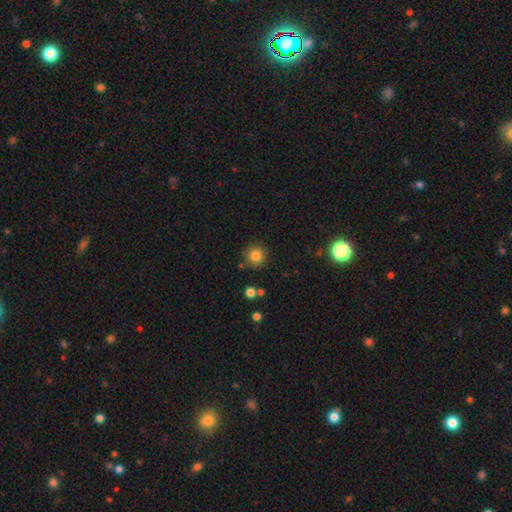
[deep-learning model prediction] A smooth galaxy with no disk features (83%) that is round (93%).

Vote fractions:
- Smooth or featured? smooth: 83% / star or artifact: 11% / featured or disk: 6%
- How rounded? round: 93% / in between: 6% / cigar-shaped: 1%
- Merging? none: 85% / minor disturbance: 8% / merger: 4% / major disturbance: 3%